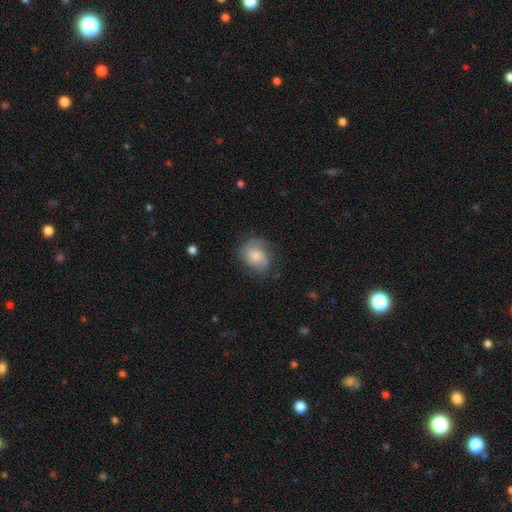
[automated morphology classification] Smooth or featured?
  - smooth: 59% *
  - featured or disk: 33%
  - star or artifact: 8%
How rounded?
  - in between: 50% *
  - round: 49%
  - cigar-shaped: 1%
Merging?
  - none: 61% *
  - minor disturbance: 26%
  - major disturbance: 11%
  - merger: 2%